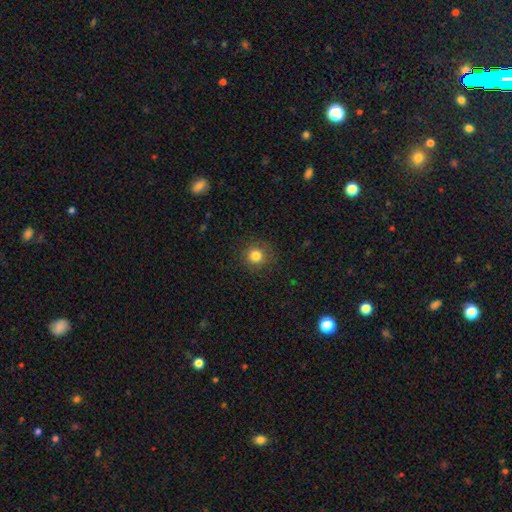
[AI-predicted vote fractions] smooth_or_featured: smooth (p=0.82) [alt: star or artifact p=0.12]
how_rounded: round (p=0.93) [alt: in between p=0.06]
merging: none (p=0.87) [alt: minor disturbance p=0.09]